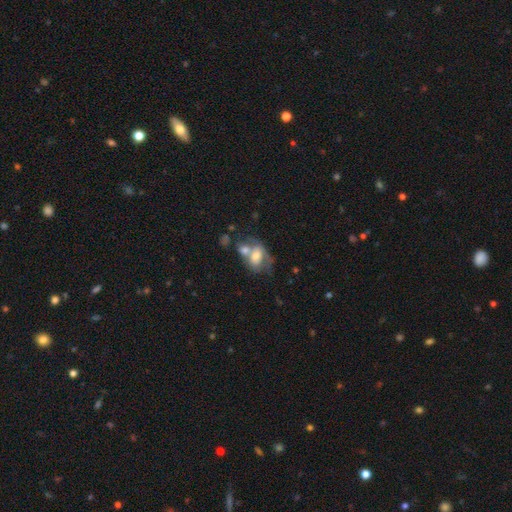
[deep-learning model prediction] Q: Smooth or featured?
A: smooth (56%); runner-up: featured or disk (36%)
Q: How rounded?
A: in between (77%); runner-up: round (21%)
Q: Merging?
A: merger (54%); runner-up: none (20%)